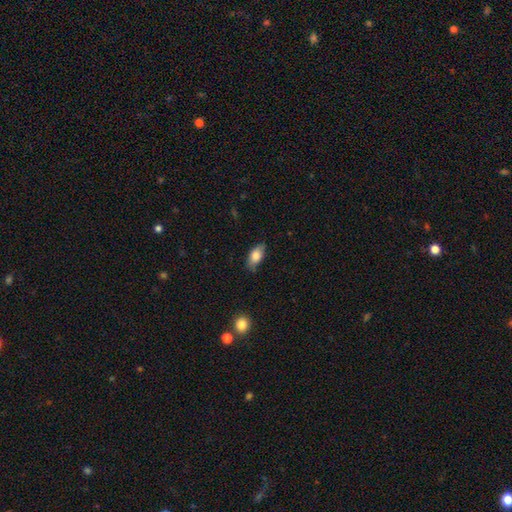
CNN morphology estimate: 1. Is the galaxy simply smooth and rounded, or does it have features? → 79% smooth, 14% featured or disk, 7% star or artifact.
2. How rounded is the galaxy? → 88% in between, 7% cigar-shaped, 4% round.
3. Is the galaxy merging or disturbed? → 77% none, 18% minor disturbance, 3% major disturbance, 1% merger.